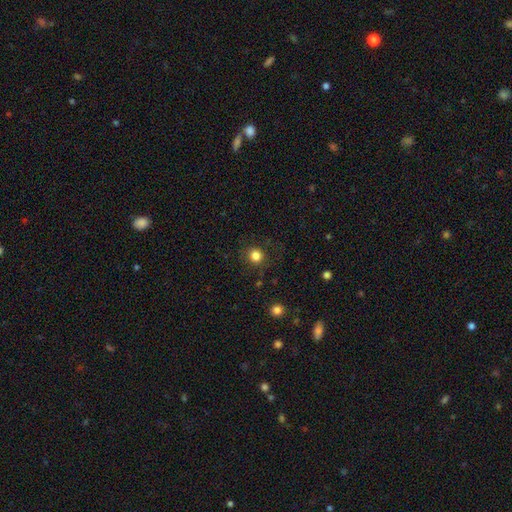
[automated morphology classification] smooth-or-featured: smooth: 82% | star or artifact: 13% | featured or disk: 5%
  how-rounded: round: 91% | in between: 8% | cigar-shaped: 1%
  merging: none: 86% | minor disturbance: 9% | major disturbance: 4% | merger: 1%